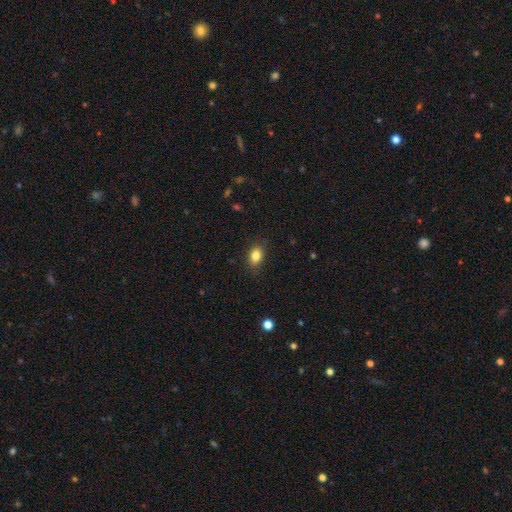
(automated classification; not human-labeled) A smooth galaxy with no disk features (84%) that is in between round and cigar-shaped (79%). Merging: none (84%).